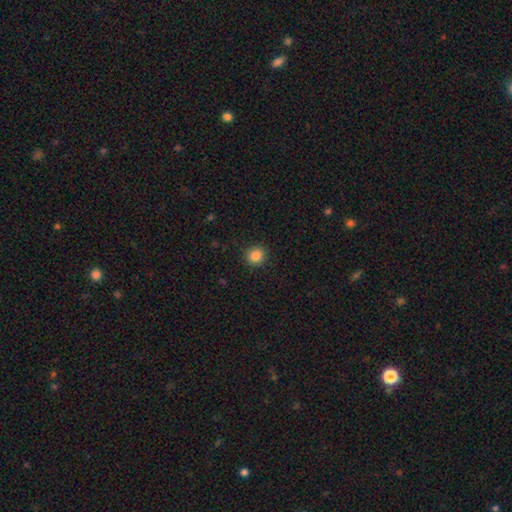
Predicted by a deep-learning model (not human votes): smooth 85%, star or artifact 11%, featured or disk 4%. Down the decision tree: how rounded — round (91%); merging — none (91%).